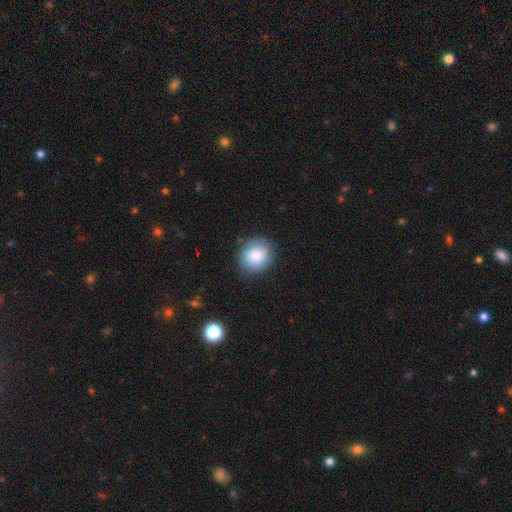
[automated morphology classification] smooth 83%, featured or disk 9%, star or artifact 8%. Down the decision tree: how rounded — round (71%); merging — none (82%).